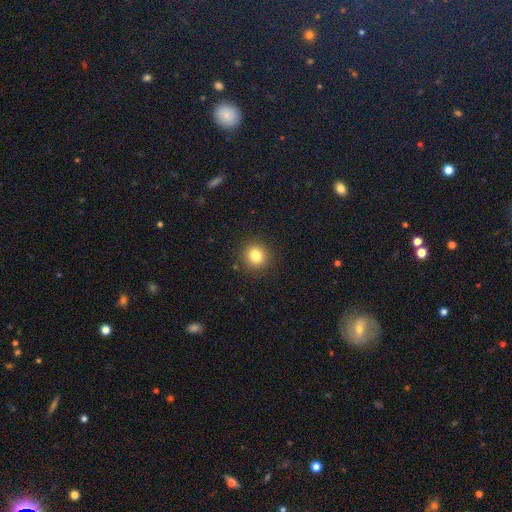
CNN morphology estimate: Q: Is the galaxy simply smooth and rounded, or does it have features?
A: smooth — 82%.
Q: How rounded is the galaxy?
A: round — 87%.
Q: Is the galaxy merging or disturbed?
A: none — 90%.